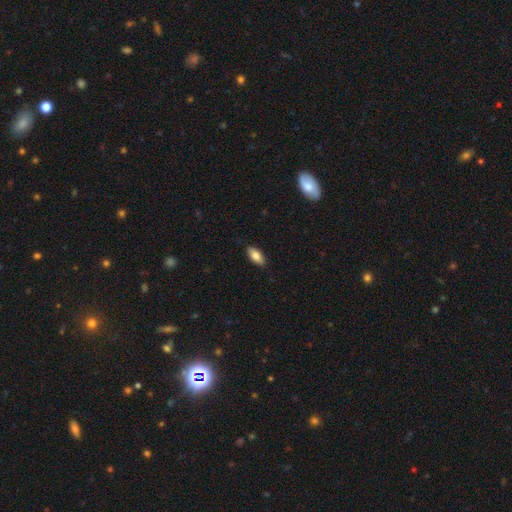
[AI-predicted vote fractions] Smooth or featured? Predicted: smooth (p=0.80). How rounded? Predicted: in between (p=0.86). Merging? Predicted: none (p=0.88).